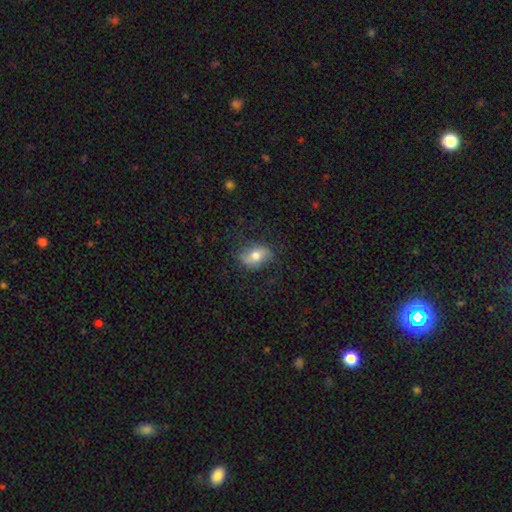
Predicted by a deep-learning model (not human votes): A smooth galaxy with no disk features (49%). Merging: none (75%).